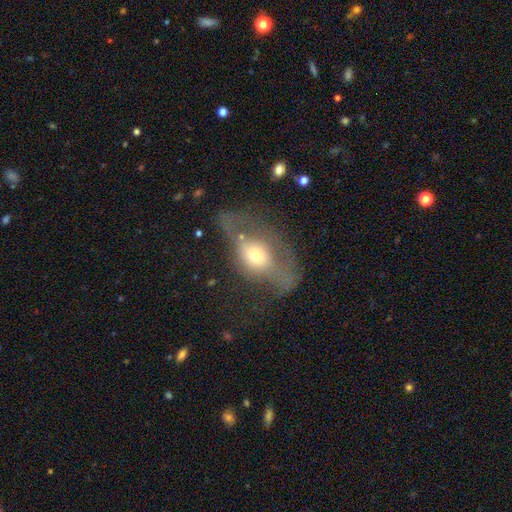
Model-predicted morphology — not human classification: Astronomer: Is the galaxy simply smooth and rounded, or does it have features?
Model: featured or disk — 45%, tied with smooth at 45%.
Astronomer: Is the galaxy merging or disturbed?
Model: major disturbance — 52%.